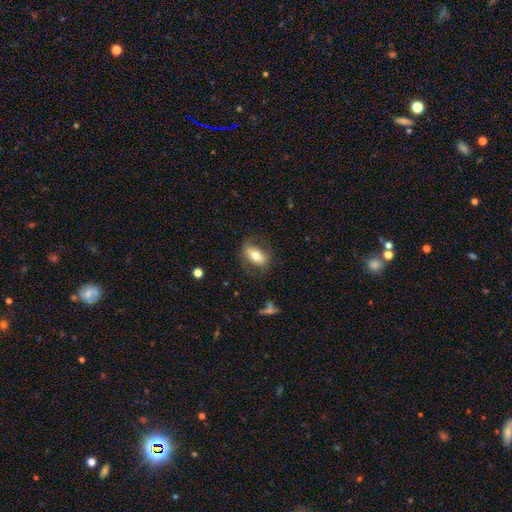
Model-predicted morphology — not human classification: smooth-or-featured: smooth: 59% | featured or disk: 34% | star or artifact: 7%
  how-rounded: in between: 85% | round: 9% | cigar-shaped: 6%
  merging: none: 73% | minor disturbance: 17% | major disturbance: 9% | merger: 1%